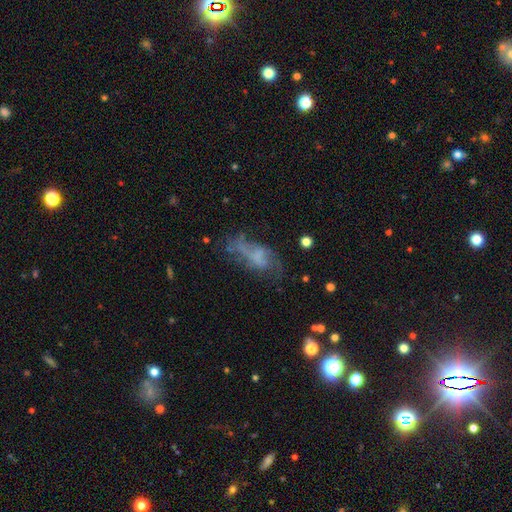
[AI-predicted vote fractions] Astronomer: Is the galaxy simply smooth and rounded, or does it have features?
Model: featured or disk — 47% (runner-up: smooth, 38%).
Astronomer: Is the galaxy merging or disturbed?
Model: none — 37% (runner-up: major disturbance, 33%).